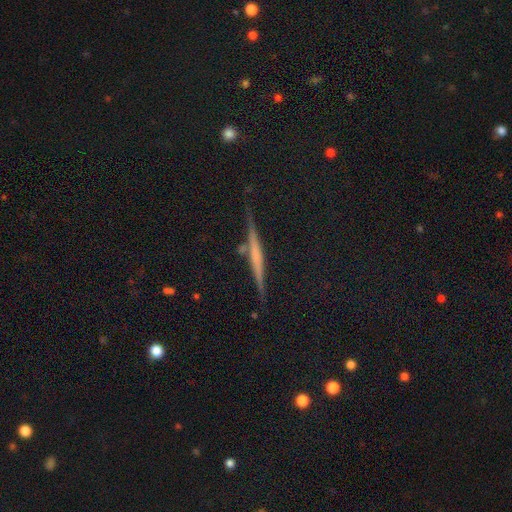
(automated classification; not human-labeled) A featured or disk galaxy (57%) viewed edge-on (97%) with no central bulge (57%).

Vote fractions:
- Smooth or featured? featured or disk: 57% / smooth: 29% / star or artifact: 14%
- Edge-on disk? yes: 97% / no: 3%
- Edge-on bulge? none: 57% / rounded: 25% / boxy: 17%
- Merging? none: 85% / minor disturbance: 10% / merger: 3% / major disturbance: 2%